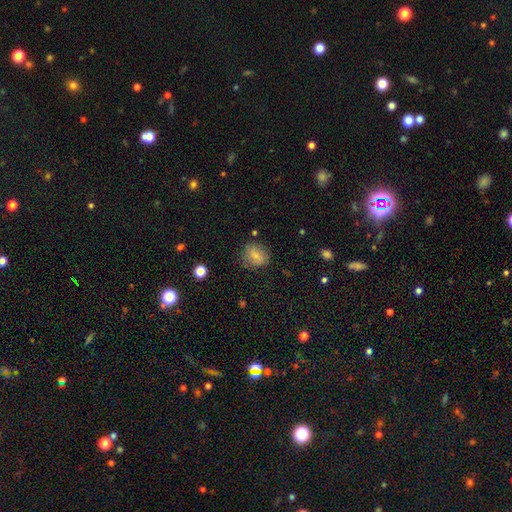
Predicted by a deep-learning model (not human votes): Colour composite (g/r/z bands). It shows a smooth galaxy with no disk features (76%) that is round (64%). Merging: none (74%).